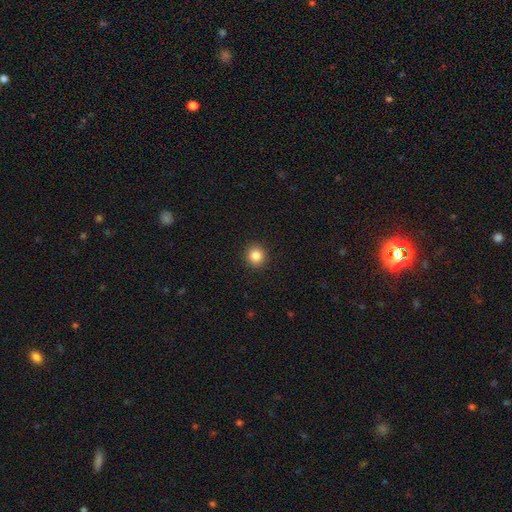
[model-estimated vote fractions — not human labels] The model was most divided on "smooth or featured": smooth: 85%, star or artifact: 10%, featured or disk: 4%. More confident: merging — none (92%); how rounded — round (92%).